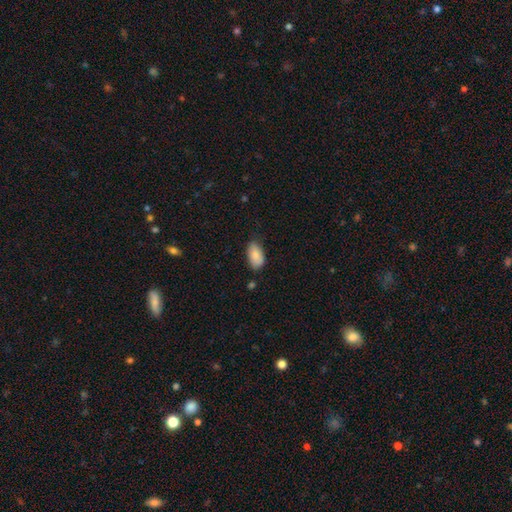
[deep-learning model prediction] Q: Smooth or featured?
A: smooth (85%); runner-up: featured or disk (8%)
Q: How rounded?
A: in between (94%); runner-up: round (4%)
Q: Merging?
A: none (73%); runner-up: minor disturbance (21%)